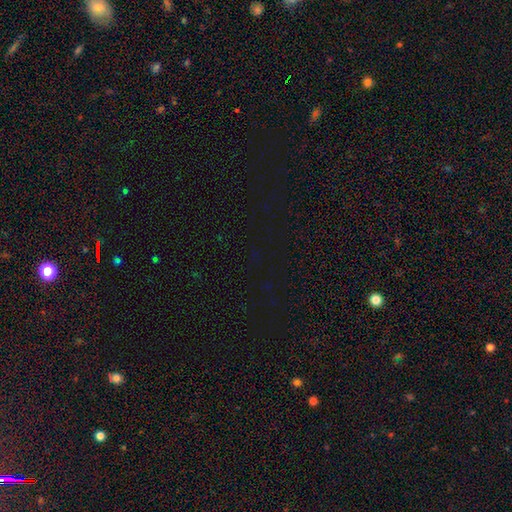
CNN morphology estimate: smooth-or-featured: star or artifact: 74% | smooth: 20% | featured or disk: 7%